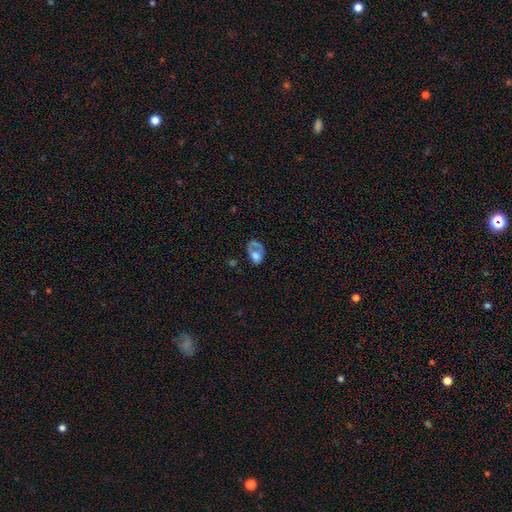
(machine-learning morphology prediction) smooth-or-featured: smooth: 52% | featured or disk: 39% | star or artifact: 8%
  how-rounded: in between: 76% | round: 22% | cigar-shaped: 1%
  merging: major disturbance: 40% | none: 30% | minor disturbance: 23% | merger: 7%